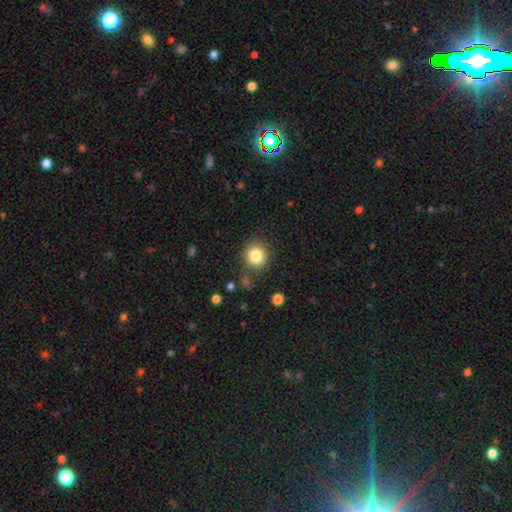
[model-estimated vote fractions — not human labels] The model was most divided on "smooth or featured": smooth: 83%, star or artifact: 11%, featured or disk: 7%. More confident: how rounded — round (88%); merging — none (85%).